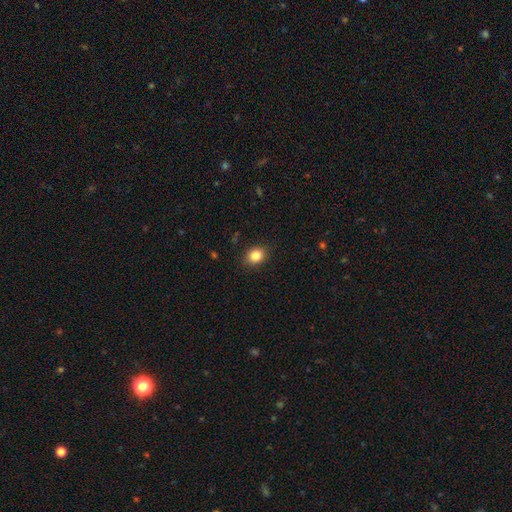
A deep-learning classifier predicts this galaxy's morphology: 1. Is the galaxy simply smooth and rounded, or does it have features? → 84% smooth, 10% star or artifact, 6% featured or disk.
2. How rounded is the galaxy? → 52% round, 47% in between, 1% cigar-shaped.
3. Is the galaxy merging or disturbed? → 88% none, 9% minor disturbance, 2% major disturbance, 1% merger.